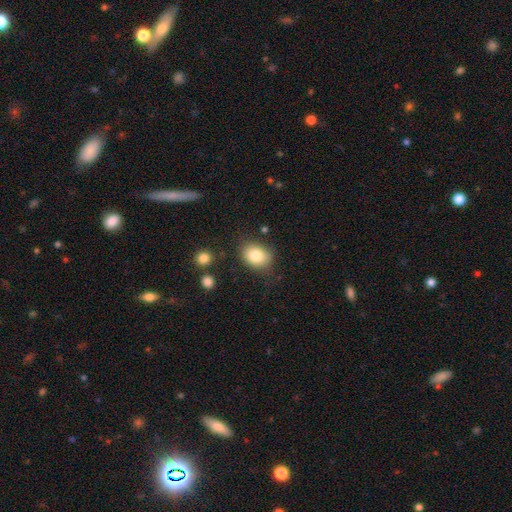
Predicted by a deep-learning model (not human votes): smooth-or-featured: smooth: 84% | star or artifact: 8% | featured or disk: 8%
  how-rounded: in between: 64% | round: 35% | cigar-shaped: 1%
  merging: none: 78% | minor disturbance: 15% | major disturbance: 4% | merger: 3%